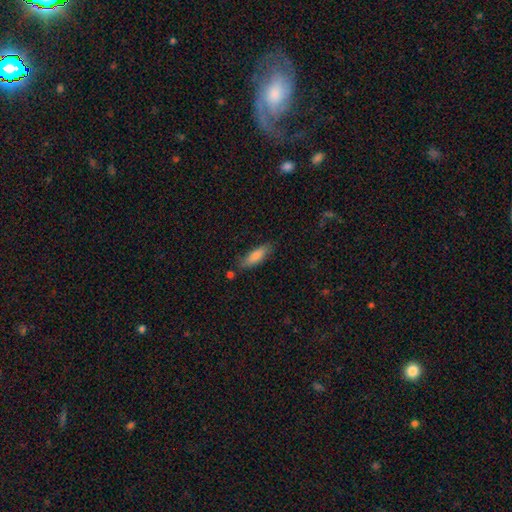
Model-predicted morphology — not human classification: smooth_or_featured: smooth (p=0.79) [alt: featured or disk p=0.14]
how_rounded: in between (p=0.52) [alt: cigar-shaped p=0.46]
merging: none (p=0.75) [alt: minor disturbance p=0.18]